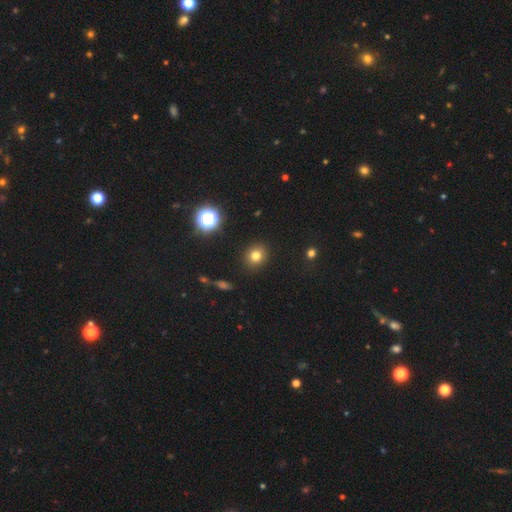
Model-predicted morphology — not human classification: Smooth or featured? Predicted: smooth (p=0.77). How rounded? Predicted: round (p=0.84). Merging? Predicted: none (p=0.90).